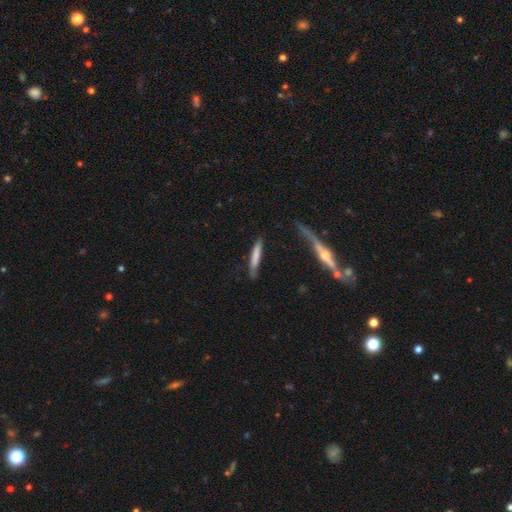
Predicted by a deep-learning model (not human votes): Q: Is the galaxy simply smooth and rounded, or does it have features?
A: smooth — 68%.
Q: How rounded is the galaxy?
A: cigar-shaped — 92%.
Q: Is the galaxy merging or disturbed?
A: none — 67%.